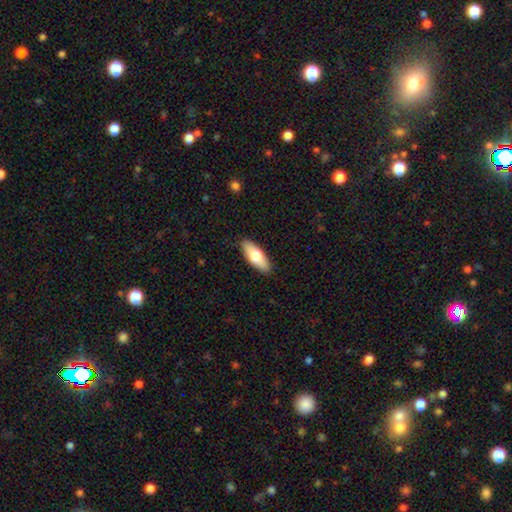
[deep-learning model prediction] Q: Smooth or featured?
A: smooth (72%); runner-up: featured or disk (23%)
Q: How rounded?
A: in between (73%); runner-up: cigar-shaped (24%)
Q: Merging?
A: none (89%); runner-up: minor disturbance (8%)